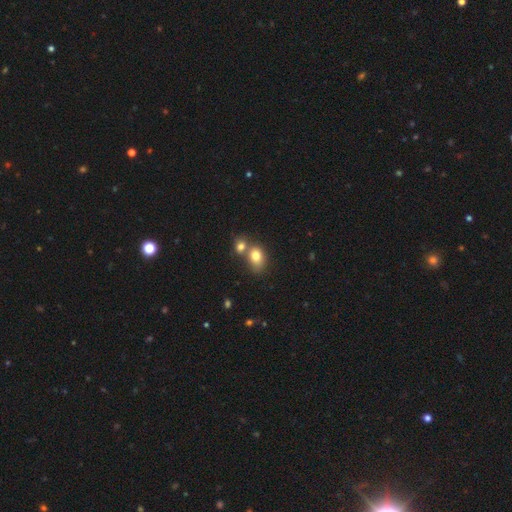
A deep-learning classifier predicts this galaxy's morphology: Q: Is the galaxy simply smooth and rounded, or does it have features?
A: smooth — 78%.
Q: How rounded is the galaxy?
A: in between — 65%.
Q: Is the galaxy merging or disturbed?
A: merger — 50%.